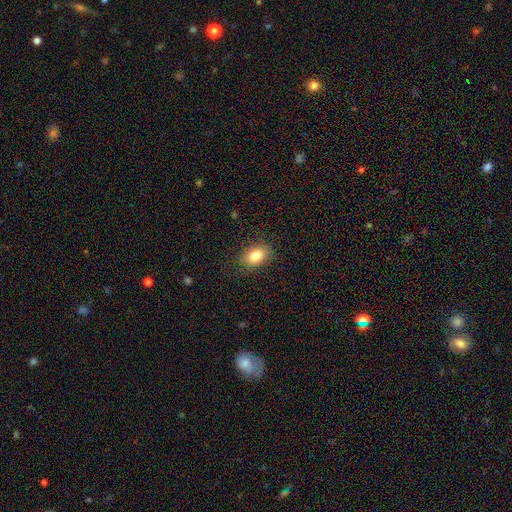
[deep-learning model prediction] A smooth galaxy with no disk features (82%) that is in between round and cigar-shaped (85%).

Vote fractions:
- Smooth or featured? smooth: 82% / featured or disk: 9% / star or artifact: 9%
- How rounded? in between: 85% / round: 13% / cigar-shaped: 2%
- Merging? none: 84% / minor disturbance: 12% / major disturbance: 3% / merger: 1%